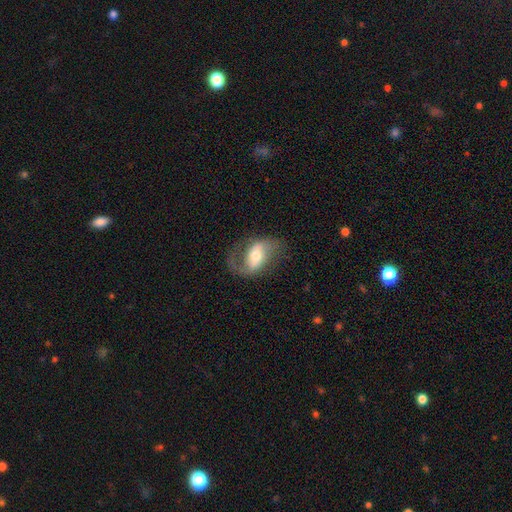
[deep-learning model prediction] A featured or disk galaxy (68%) with a weak bar (37%, tied with strong), 2 (79%) loose (49%) spiral arms (82%) and a moderate central bulge (65%). Merging: none (65%).